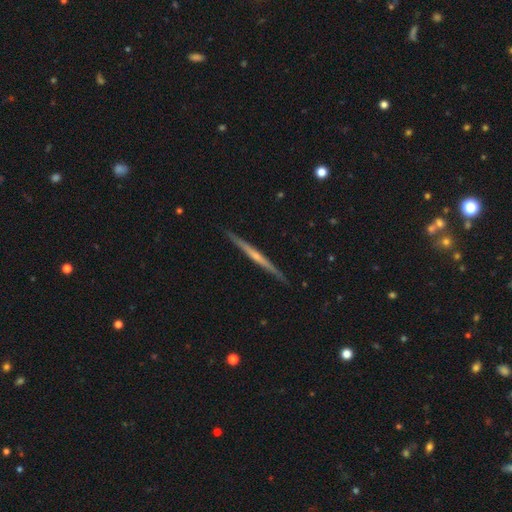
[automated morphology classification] smooth_or_featured: featured or disk (p=0.75) [alt: smooth p=0.20]
disk_edge_on: yes (p=0.98) [alt: no p=0.02]
edge_on_bulge: rounded (p=0.48) [alt: none p=0.46]
merging: none (p=0.91) [alt: minor disturbance p=0.07]